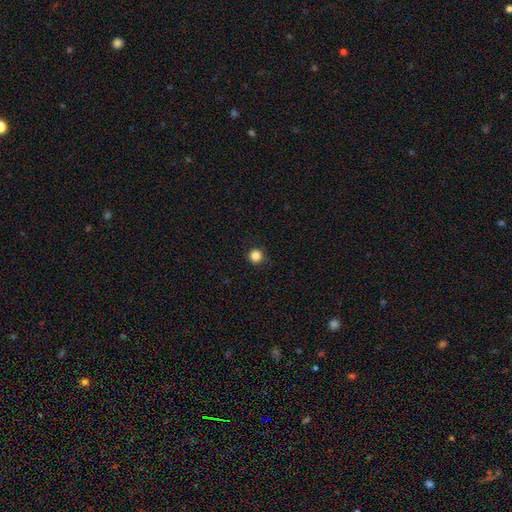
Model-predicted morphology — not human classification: Smooth or featured: smooth — 85% (star or artifact — 12%)
How rounded: round — 96% (in between — 3%)
Merging: none — 91% (minor disturbance — 6%)